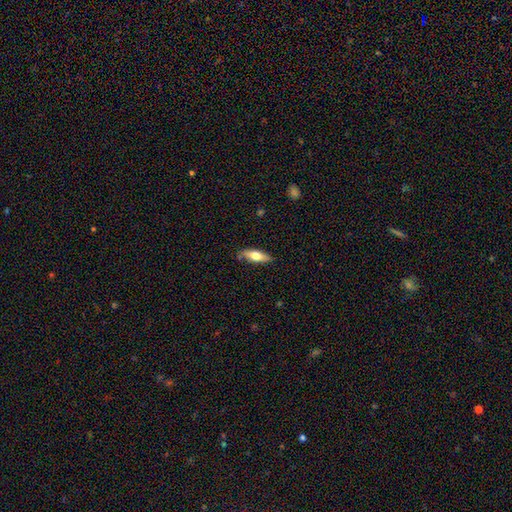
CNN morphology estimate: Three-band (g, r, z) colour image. It shows a smooth galaxy with no disk features (63%) that is in between round and cigar-shaped (58%). Merging: none (82%).